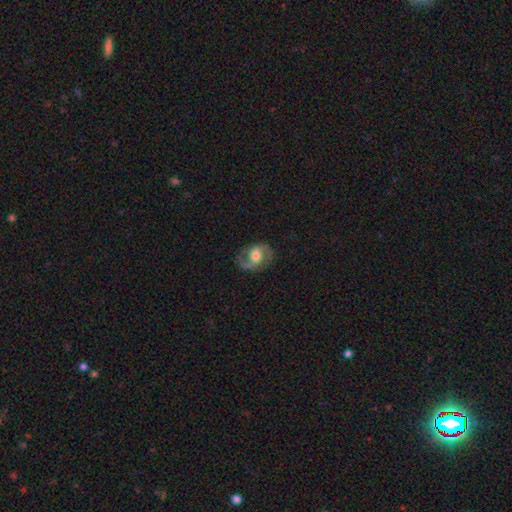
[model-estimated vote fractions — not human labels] A featured or disk galaxy (75%) with no bar (46%), 2 (86%) medium (53%) spiral arms (89%) and a moderate central bulge (60%). Merging: none (74%).